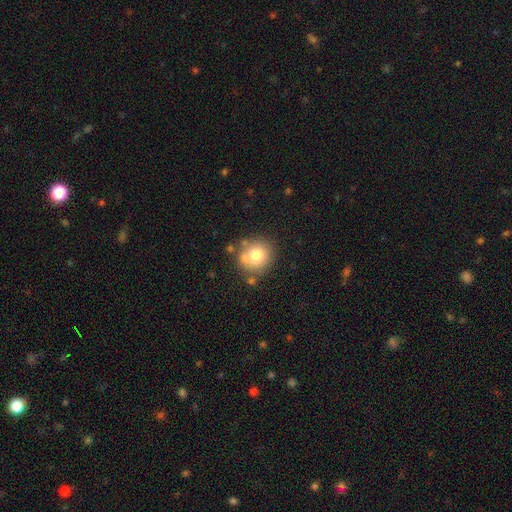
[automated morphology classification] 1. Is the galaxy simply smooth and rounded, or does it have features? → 76% smooth, 13% featured or disk, 10% star or artifact.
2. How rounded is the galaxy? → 88% round, 12% in between, 1% cigar-shaped.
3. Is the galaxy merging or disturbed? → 71% none, 14% minor disturbance, 10% merger, 5% major disturbance.